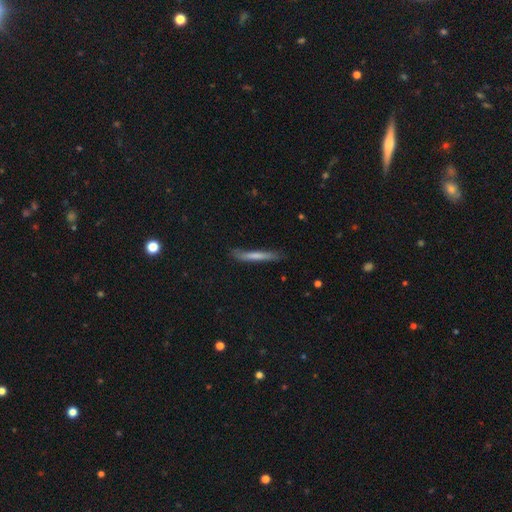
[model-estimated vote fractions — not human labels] Smooth or featured? smooth (67%)
How rounded? cigar-shaped (95%)
Merging? none (80%)